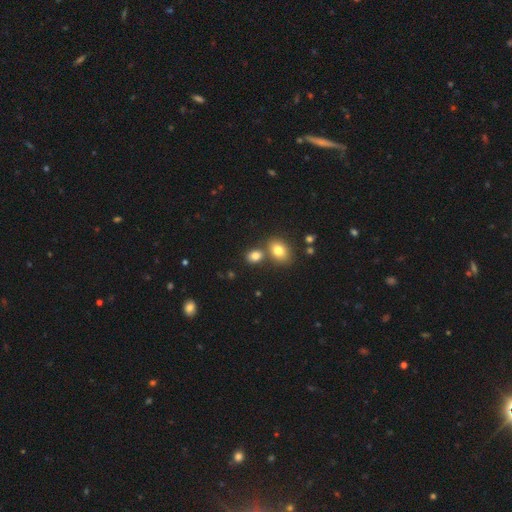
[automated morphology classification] Smooth or featured? Predicted: smooth (p=0.80). How rounded? Predicted: in between (p=0.63). Merging? Predicted: none (p=0.58).